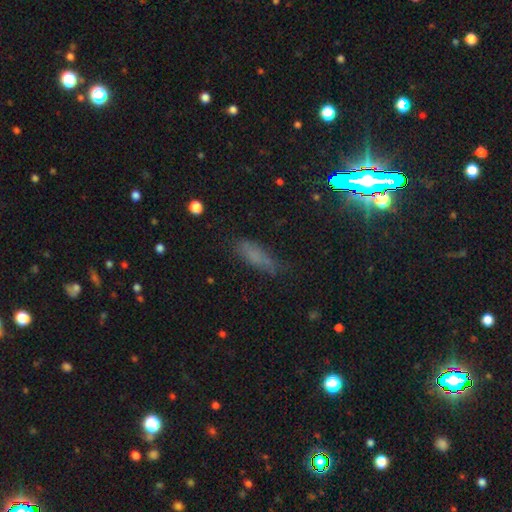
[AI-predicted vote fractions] smooth-or-featured: smooth: 59% | star or artifact: 24% | featured or disk: 17%
  how-rounded: in between: 50% | cigar-shaped: 46% | round: 4%
  merging: none: 67% | minor disturbance: 22% | major disturbance: 9% | merger: 2%